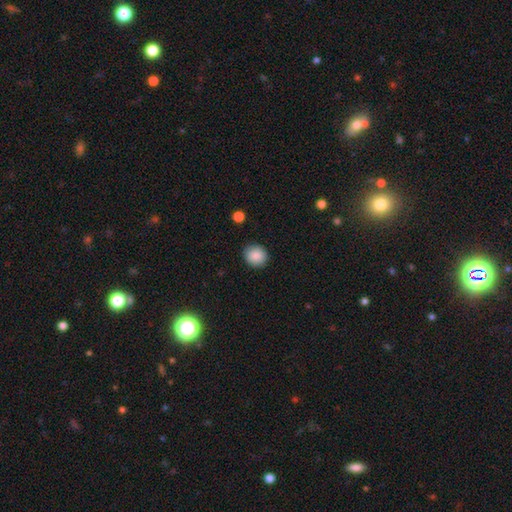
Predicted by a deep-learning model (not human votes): Morphology: type=smooth (88%); roundness=round (82%); merging=none (89%).